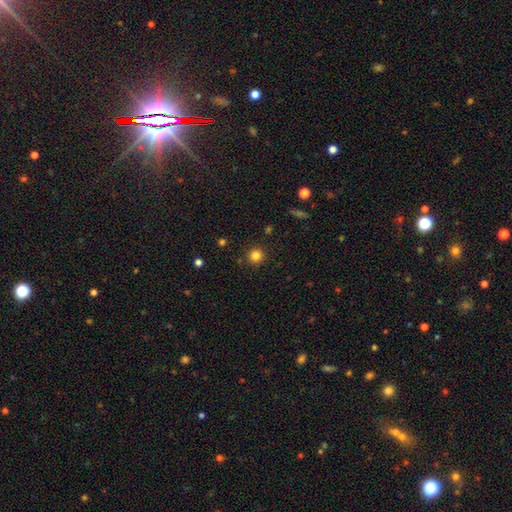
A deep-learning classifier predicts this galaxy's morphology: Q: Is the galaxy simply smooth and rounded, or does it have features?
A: smooth — 82%.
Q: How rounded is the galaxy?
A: round — 94%.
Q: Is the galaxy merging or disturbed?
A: none — 90%.